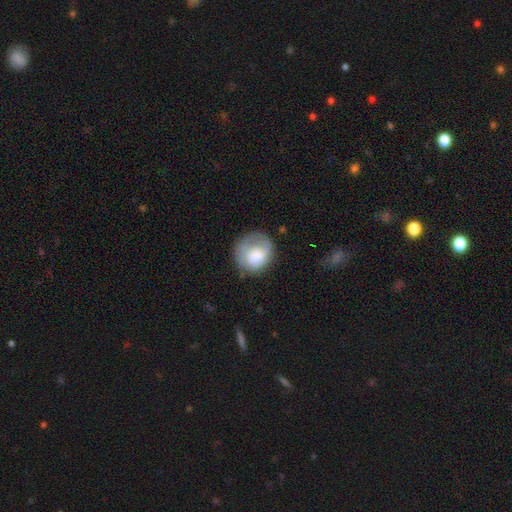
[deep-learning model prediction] Q: Smooth or featured?
A: smooth (69%); runner-up: featured or disk (24%)
Q: How rounded?
A: round (78%); runner-up: in between (21%)
Q: Merging?
A: none (53%); runner-up: minor disturbance (27%)